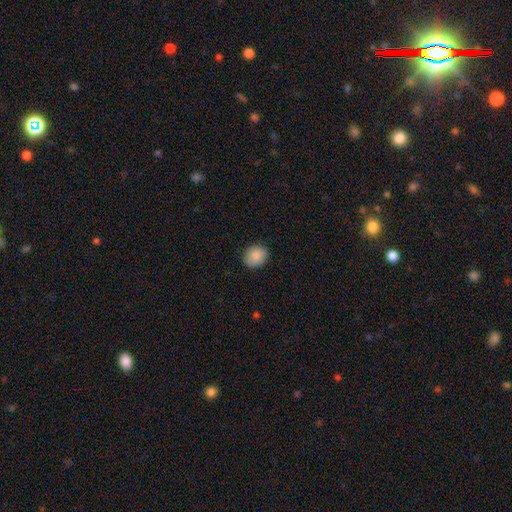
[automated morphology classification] Smooth or featured?
  - smooth: 88% *
  - star or artifact: 7%
  - featured or disk: 4%
How rounded?
  - round: 69% *
  - in between: 30%
  - cigar-shaped: 1%
Merging?
  - none: 88% *
  - minor disturbance: 9%
  - major disturbance: 2%
  - merger: 1%